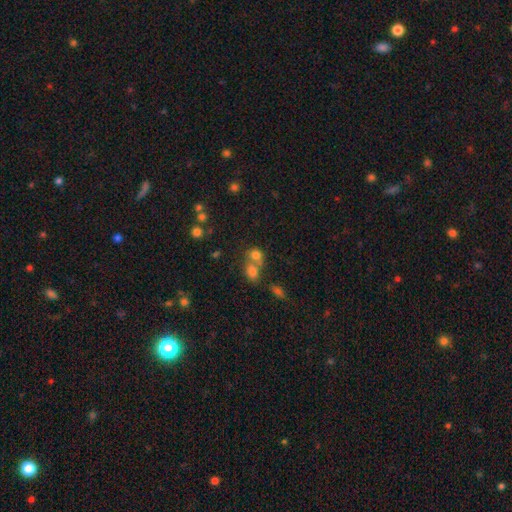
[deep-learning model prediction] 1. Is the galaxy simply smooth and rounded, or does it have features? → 74% smooth, 14% star or artifact, 11% featured or disk.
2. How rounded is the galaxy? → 60% round, 39% in between, 1% cigar-shaped.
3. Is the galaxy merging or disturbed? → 55% merger, 33% none, 8% minor disturbance, 4% major disturbance.